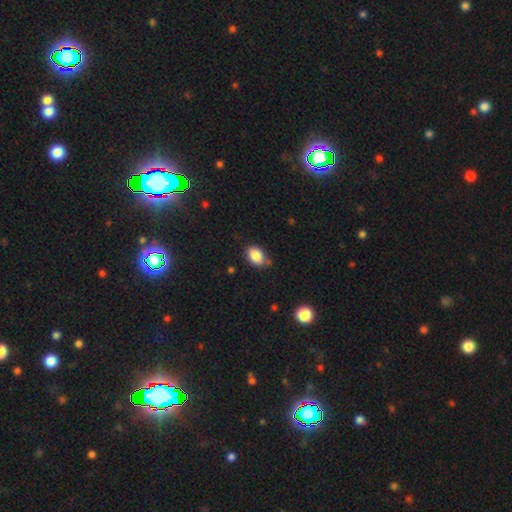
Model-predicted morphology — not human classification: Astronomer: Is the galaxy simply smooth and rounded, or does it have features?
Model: smooth — 86%.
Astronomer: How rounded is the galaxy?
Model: in between — 83%.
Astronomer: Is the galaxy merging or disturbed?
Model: none — 78%.